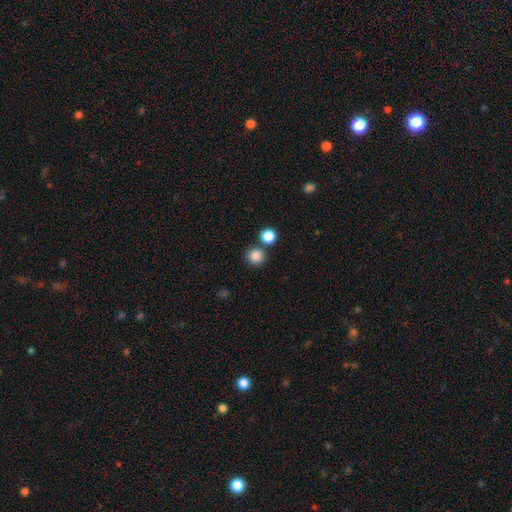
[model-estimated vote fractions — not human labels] Smooth or featured: smooth — 85% (star or artifact — 11%)
How rounded: round — 93% (in between — 6%)
Merging: none — 79% (merger — 12%)